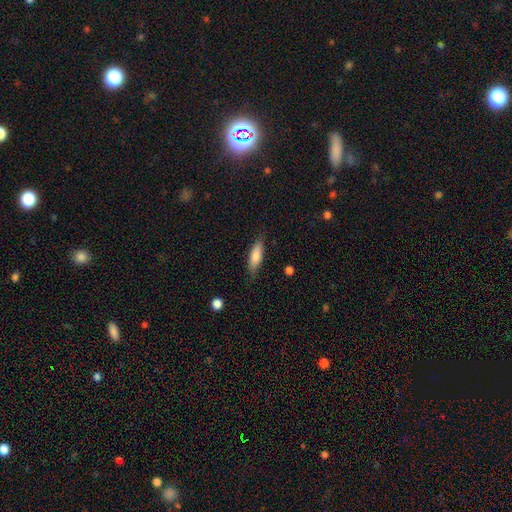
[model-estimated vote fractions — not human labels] smooth_or_featured: smooth (p=0.81) [alt: featured or disk p=0.12]
how_rounded: in between (p=0.54) [alt: cigar-shaped p=0.44]
merging: none (p=0.80) [alt: minor disturbance p=0.16]